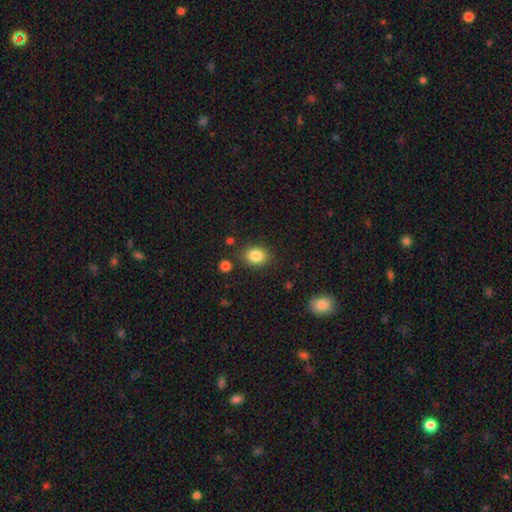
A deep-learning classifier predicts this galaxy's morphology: smooth-or-featured: smooth: 85% | star or artifact: 9% | featured or disk: 6%
  how-rounded: in between: 61% | round: 38% | cigar-shaped: 1%
  merging: none: 84% | minor disturbance: 10% | merger: 3% | major disturbance: 3%